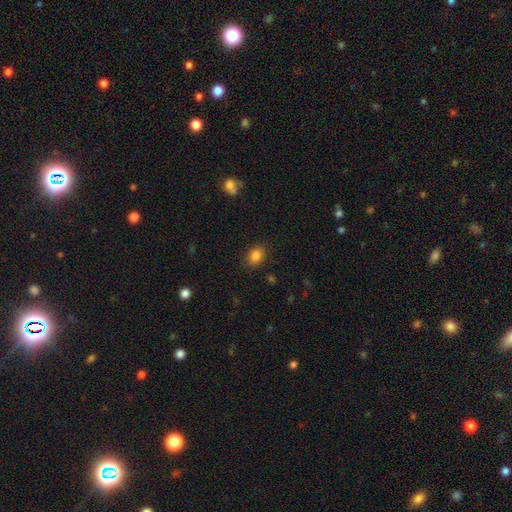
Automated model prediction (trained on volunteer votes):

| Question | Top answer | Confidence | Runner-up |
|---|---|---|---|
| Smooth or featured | smooth | 84% | star or artifact (10%) |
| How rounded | in between | 63% | round (36%) |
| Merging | none | 87% | minor disturbance (9%) |